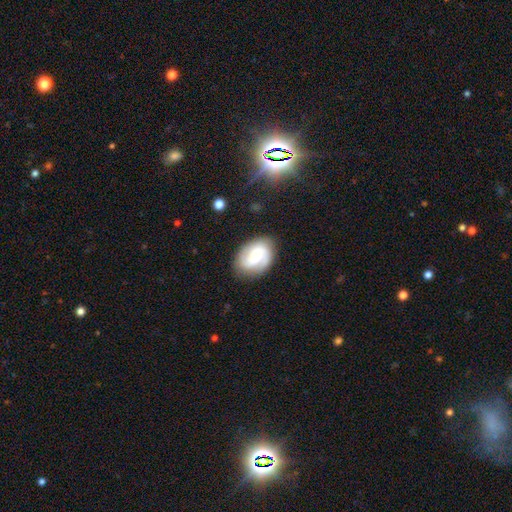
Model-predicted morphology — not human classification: Q: Smooth or featured?
A: featured or disk (71%); runner-up: smooth (23%)
Q: Edge-on disk?
A: no (97%); runner-up: yes (3%)
Q: Bar?
A: no (52%); runner-up: weak (39%)
Q: Spiral arms?
A: yes (94%); runner-up: no (6%)
Q: Spiral winding?
A: medium (45%); runner-up: tight (31%)
Q: Spiral arm count?
A: 2 (68%); runner-up: 3 (14%)
Q: Bulge size?
A: moderate (51%); runner-up: small (42%)
Q: Merging?
A: none (80%); runner-up: minor disturbance (15%)